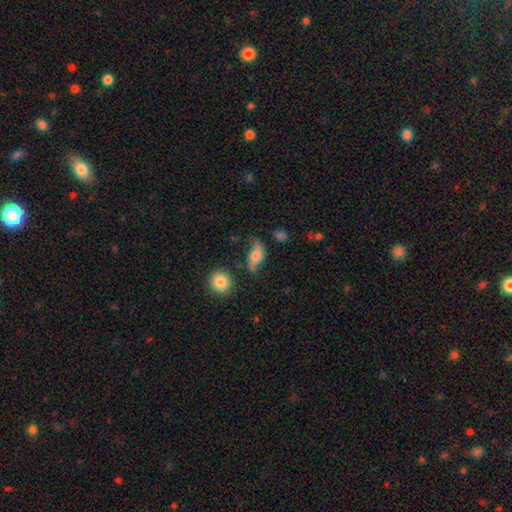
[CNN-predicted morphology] Smooth or featured?
  - featured or disk: 52% *
  - smooth: 40%
  - star or artifact: 8%
Edge-on disk?
  - no: 82% *
  - yes: 18%
Merging?
  - none: 62% *
  - minor disturbance: 24%
  - major disturbance: 10%
  - merger: 3%